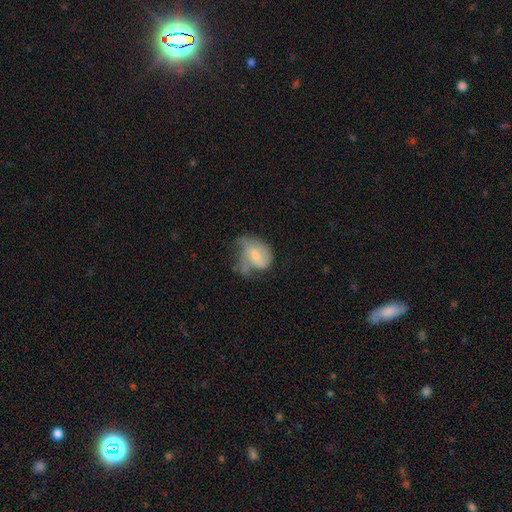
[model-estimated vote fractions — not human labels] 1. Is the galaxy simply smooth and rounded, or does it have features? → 55% featured or disk, 38% smooth, 7% star or artifact.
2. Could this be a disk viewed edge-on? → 97% no, 3% yes.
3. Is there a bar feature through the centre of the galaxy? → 46% no, 43% weak, 11% strong.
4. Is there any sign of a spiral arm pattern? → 77% yes, 23% no.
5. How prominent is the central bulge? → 53% small, 32% moderate, 11% none, 3% large, 1% dominant.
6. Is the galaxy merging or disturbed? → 33% major disturbance, 32% minor disturbance, 30% none, 6% merger.